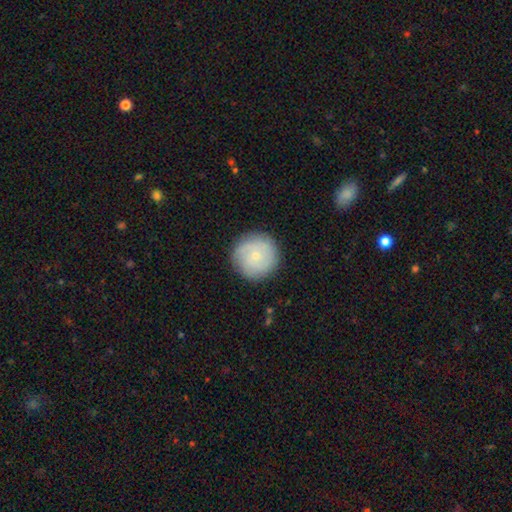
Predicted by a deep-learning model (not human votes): Smooth or featured? smooth (56%)
How rounded? round (95%)
Merging? none (87%)